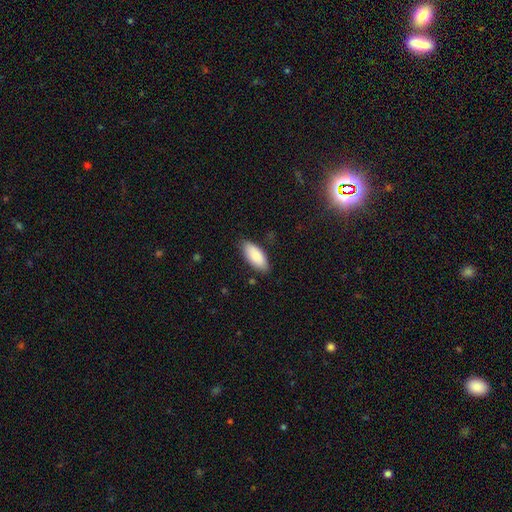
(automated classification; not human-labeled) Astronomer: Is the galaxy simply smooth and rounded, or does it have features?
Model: smooth — 85%.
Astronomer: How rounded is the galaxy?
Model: in between — 87%.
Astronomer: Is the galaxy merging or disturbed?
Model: none — 83%.